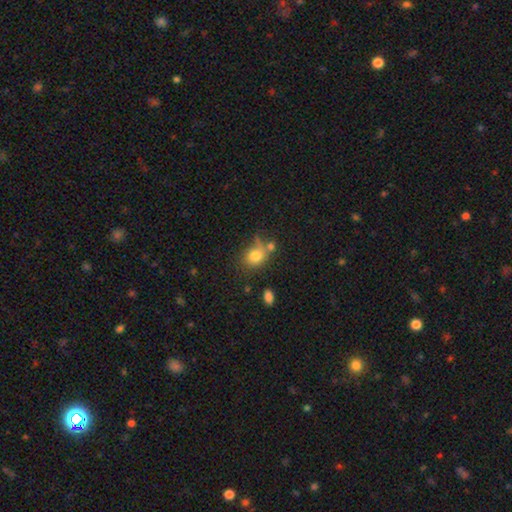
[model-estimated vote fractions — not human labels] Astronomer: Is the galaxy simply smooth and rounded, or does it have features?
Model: smooth — 78%.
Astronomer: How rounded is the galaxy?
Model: round — 55% (runner-up: in between, 44%).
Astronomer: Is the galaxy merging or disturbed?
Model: none — 49%.